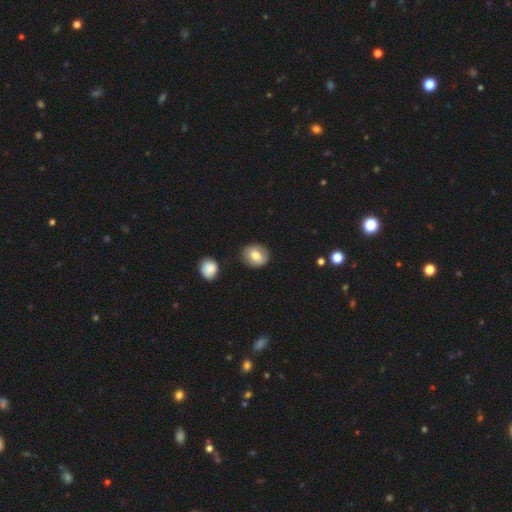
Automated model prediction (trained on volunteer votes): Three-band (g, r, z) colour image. It shows a smooth galaxy with no disk features (70%) that is round (61%). Merging: none (79%).